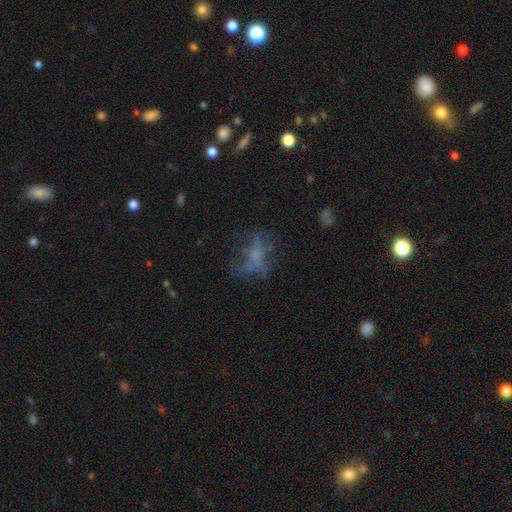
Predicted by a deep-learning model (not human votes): Morphology: type=featured or disk (45%); merging=none (49%).